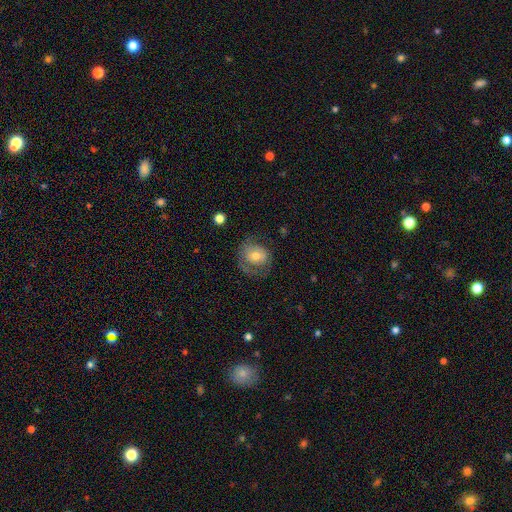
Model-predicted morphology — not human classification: Q: Smooth or featured?
A: smooth (50%); runner-up: featured or disk (42%)
Q: How rounded?
A: round (69%); runner-up: in between (30%)
Q: Merging?
A: none (54%); runner-up: minor disturbance (23%)